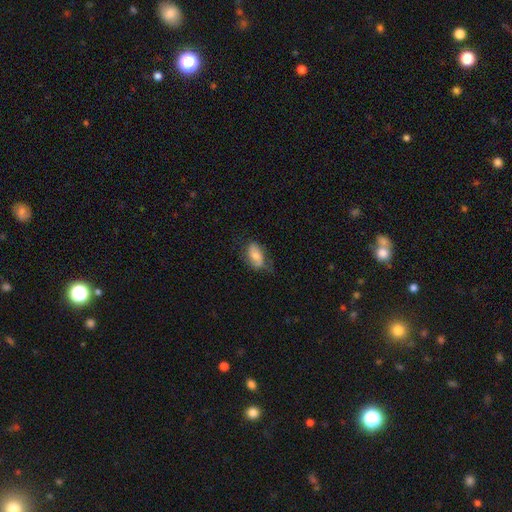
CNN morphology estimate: smooth_or_featured: smooth (p=0.62) [alt: featured or disk p=0.31]
how_rounded: in between (p=0.91) [alt: round p=0.06]
merging: none (p=0.54) [alt: minor disturbance p=0.31]